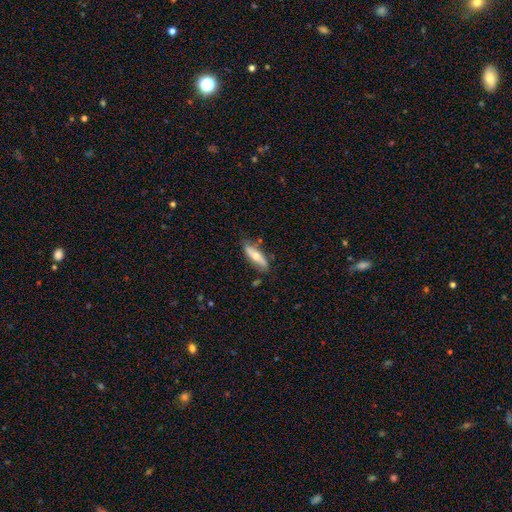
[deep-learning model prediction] A smooth galaxy with no disk features (54%) that is cigar-shaped (56%). Merging: none (72%).